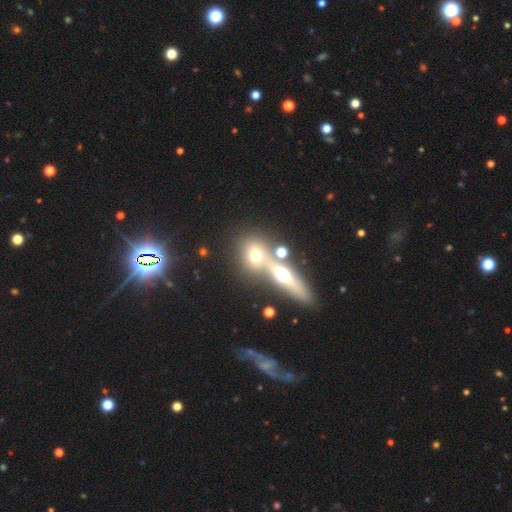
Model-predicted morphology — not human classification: This is possibly a smooth galaxy (58%). How rounded: likely round (61%). Merging: marginally merger (43%, tied with none).